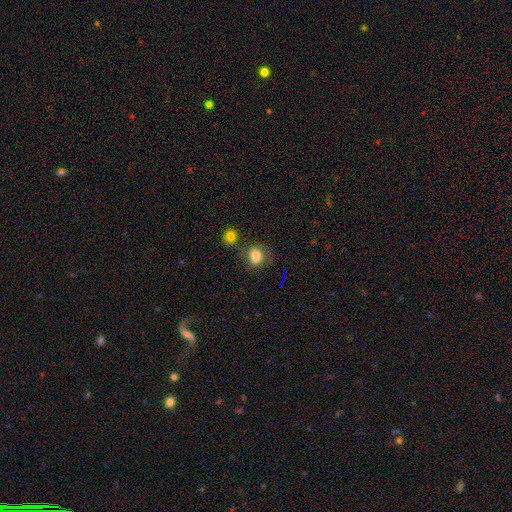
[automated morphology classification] This is likely a smooth galaxy (76%). How rounded: likely round (61%). Merging: possibly none (54%).